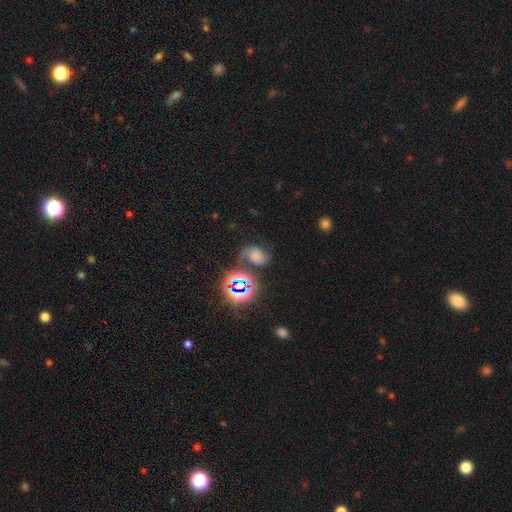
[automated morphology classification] This is marginally a featured or disk galaxy (38%). Merging: possibly none (52%).